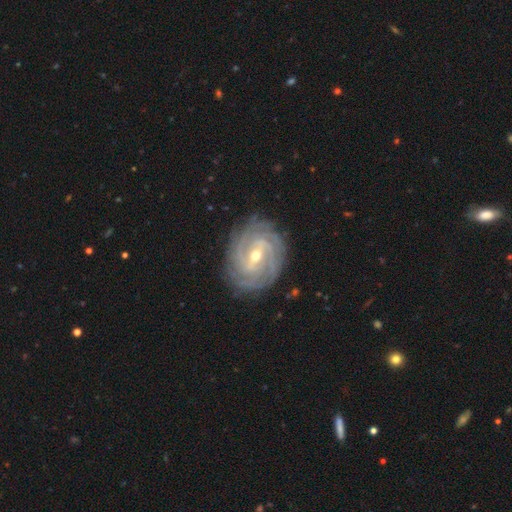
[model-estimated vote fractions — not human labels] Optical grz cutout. It shows a featured or disk galaxy (91%) with a weak bar (48%), 4 (24%) tight (79%) spiral arms (98%) and a small central bulge (51%). Merging: none (83%).